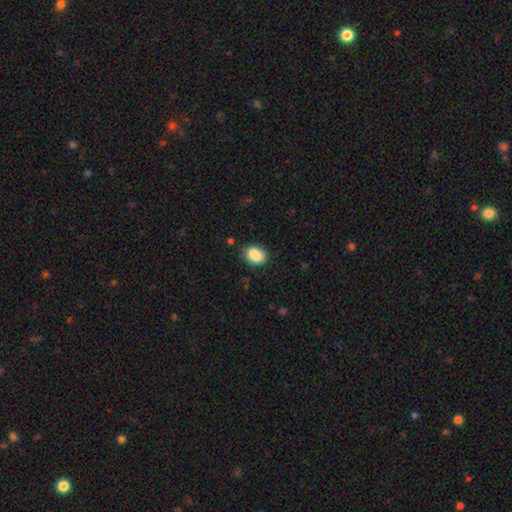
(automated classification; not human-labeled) This appears to be a smooth galaxy with no disk features (88%) that is in between round and cigar-shaped (68%). Merging: none (80%).